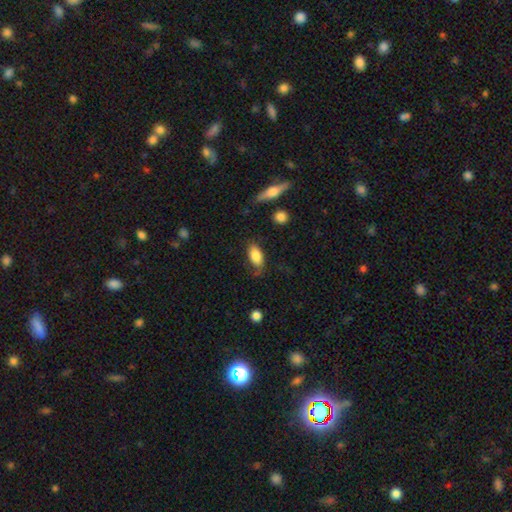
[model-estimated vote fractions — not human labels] smooth 81%, featured or disk 13%, star or artifact 7%. Down the decision tree: how rounded — in between (89%); merging — none (64%).